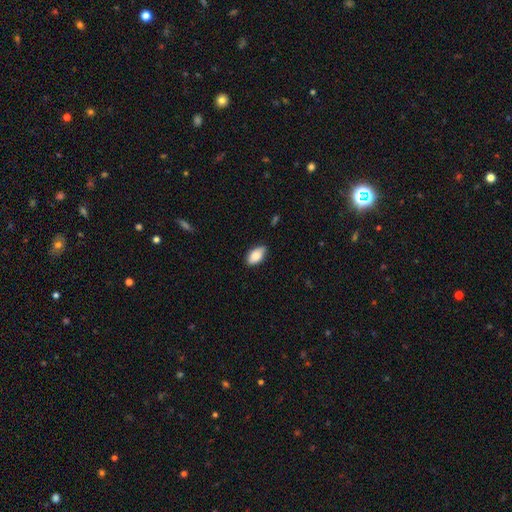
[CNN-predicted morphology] Smooth or featured?
  - smooth: 87% *
  - star or artifact: 7%
  - featured or disk: 6%
How rounded?
  - in between: 93% *
  - round: 4%
  - cigar-shaped: 3%
Merging?
  - none: 79% *
  - minor disturbance: 18%
  - major disturbance: 2%
  - merger: 1%